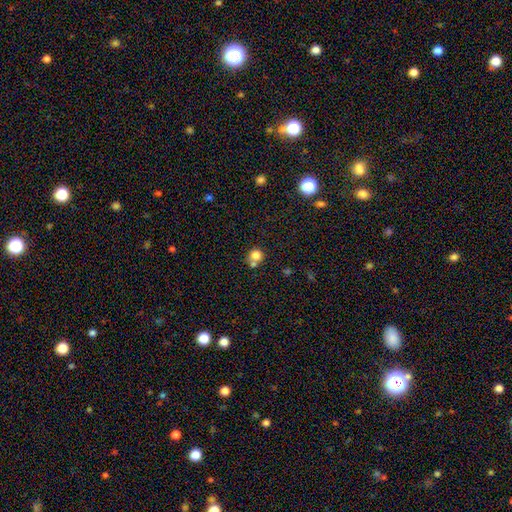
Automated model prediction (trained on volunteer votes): Smooth or featured? Predicted: smooth (p=0.79). How rounded? Predicted: round (p=0.86). Merging? Predicted: none (p=0.49).